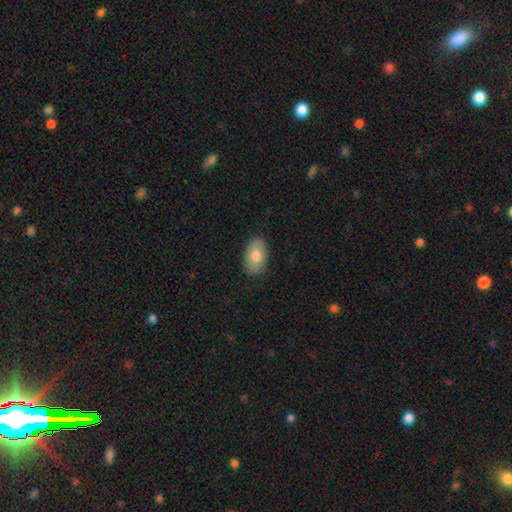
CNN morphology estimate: The model was most divided on "smooth or featured": smooth: 78%, featured or disk: 16%, star or artifact: 6%. More confident: how rounded — in between (92%); merging — none (86%).